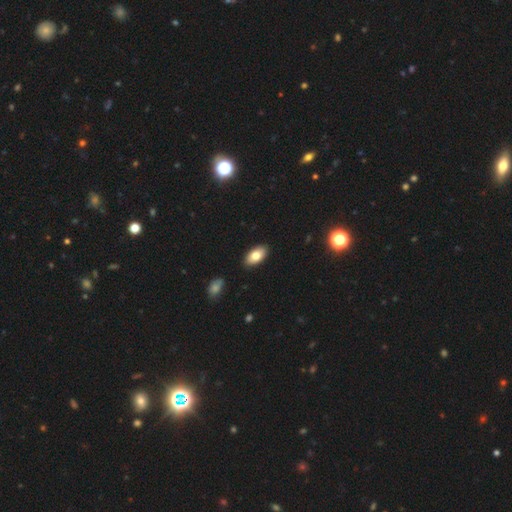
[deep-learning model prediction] Overall: smooth (80%). How rounded: in between (94%). Merging: none (88%).